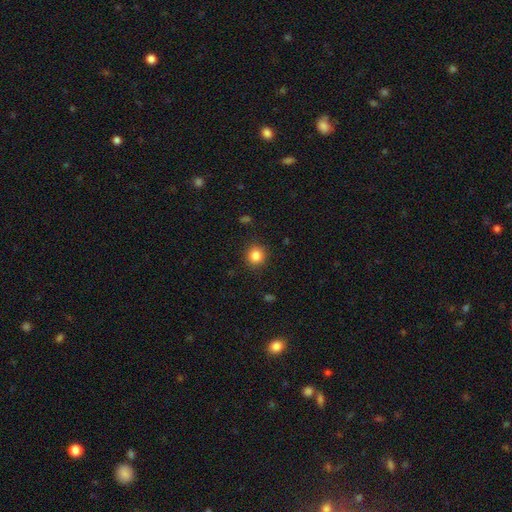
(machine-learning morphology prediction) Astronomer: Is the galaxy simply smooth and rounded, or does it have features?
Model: smooth — 84%.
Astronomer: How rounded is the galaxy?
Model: round — 90%.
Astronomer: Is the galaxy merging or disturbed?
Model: none — 90%.